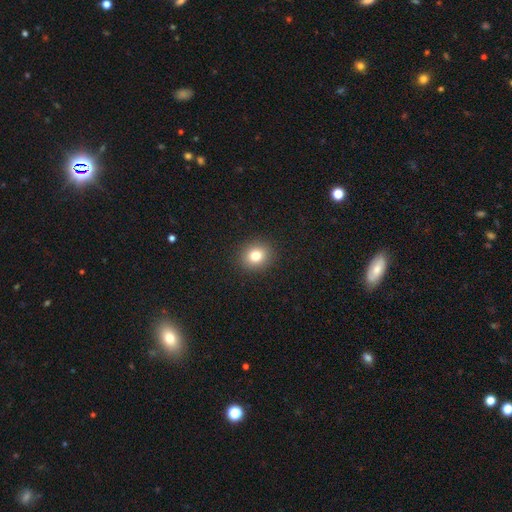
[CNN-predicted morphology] A smooth galaxy with no disk features (80%) that is round (75%).

Vote fractions:
- Smooth or featured? smooth: 80% / star or artifact: 12% / featured or disk: 8%
- How rounded? round: 75% / in between: 24% / cigar-shaped: 1%
- Merging? none: 91% / minor disturbance: 6% / major disturbance: 2% / merger: 1%